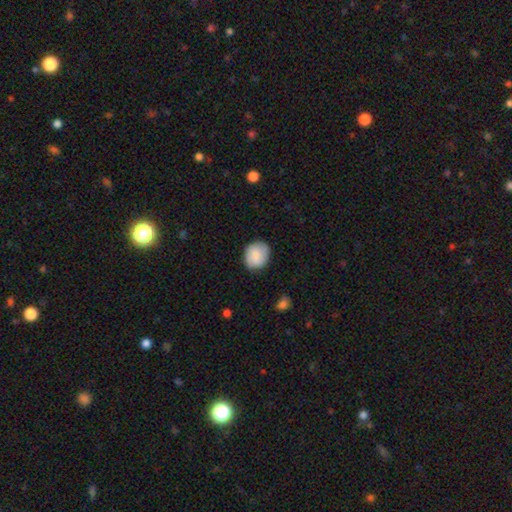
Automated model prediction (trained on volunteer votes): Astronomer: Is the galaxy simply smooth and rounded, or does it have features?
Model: smooth — 84%.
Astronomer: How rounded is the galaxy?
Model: round — 72%.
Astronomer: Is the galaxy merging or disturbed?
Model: none — 82%.